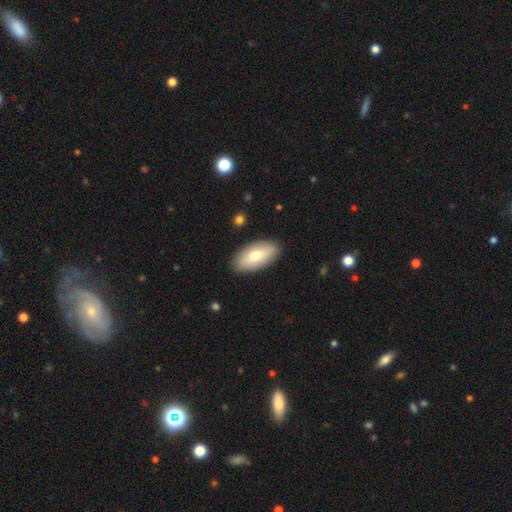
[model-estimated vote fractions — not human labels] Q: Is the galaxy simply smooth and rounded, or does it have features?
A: smooth — 77%.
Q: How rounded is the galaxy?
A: in between — 93%.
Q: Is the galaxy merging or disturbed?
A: none — 88%.